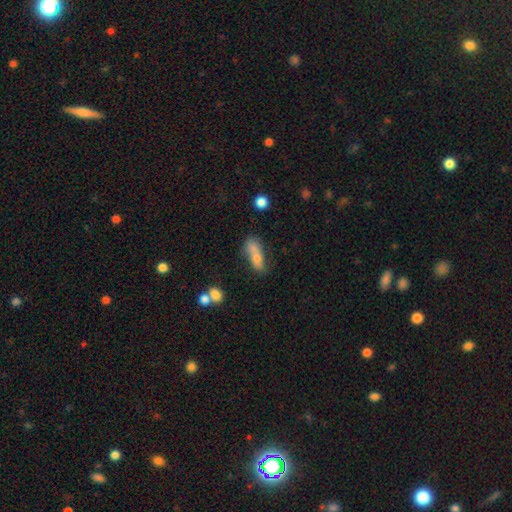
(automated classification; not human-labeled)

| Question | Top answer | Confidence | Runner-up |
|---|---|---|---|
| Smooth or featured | smooth | 65% | featured or disk (26%) |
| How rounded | in between | 60% | cigar-shaped (35%) |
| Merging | none | 39% | merger (30%) |